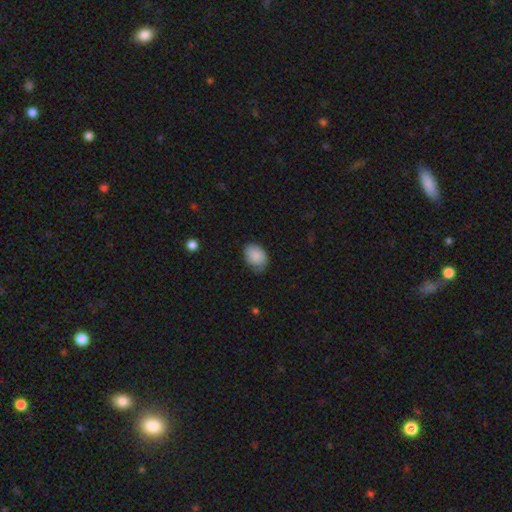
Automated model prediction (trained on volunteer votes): Smooth or featured? smooth (86%)
How rounded? in between (79%)
Merging? none (66%)